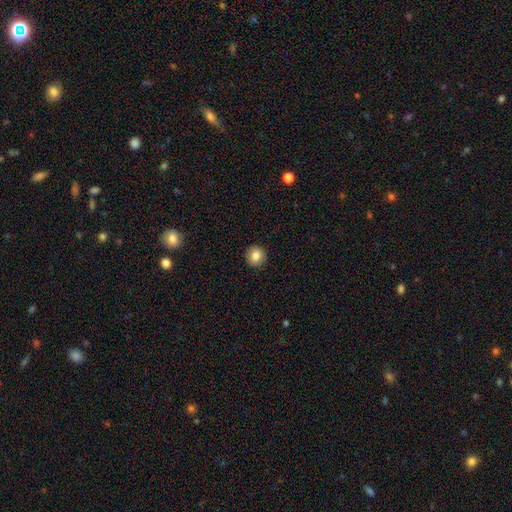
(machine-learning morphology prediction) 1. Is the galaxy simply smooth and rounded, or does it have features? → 83% smooth, 9% star or artifact, 8% featured or disk.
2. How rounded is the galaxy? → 89% round, 10% in between, 1% cigar-shaped.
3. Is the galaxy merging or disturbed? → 91% none, 6% minor disturbance, 2% major disturbance, 1% merger.